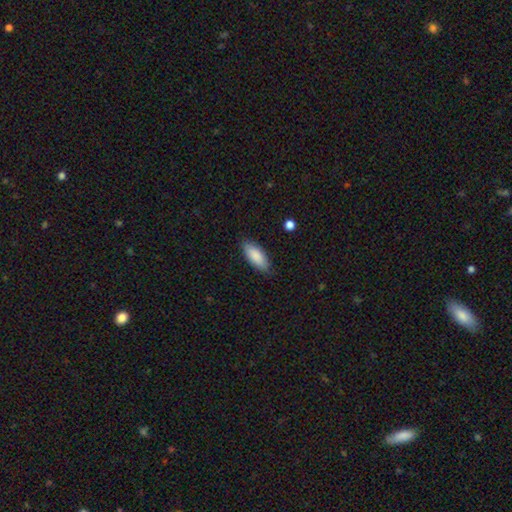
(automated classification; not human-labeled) A smooth galaxy with no disk features (86%) that is in between round and cigar-shaped (82%). Merging: none (82%).